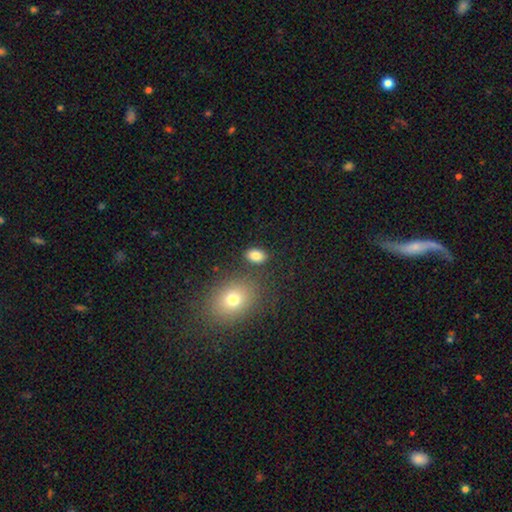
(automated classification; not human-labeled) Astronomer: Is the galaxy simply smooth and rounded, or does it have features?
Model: smooth — 84%.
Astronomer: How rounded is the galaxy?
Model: in between — 85%.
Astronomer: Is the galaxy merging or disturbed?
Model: none — 81%.